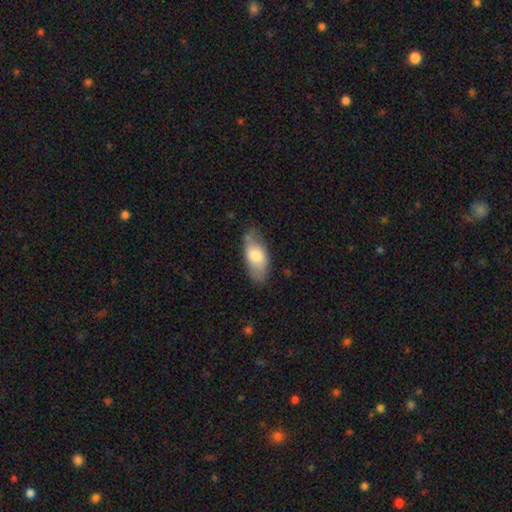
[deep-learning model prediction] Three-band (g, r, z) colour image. It shows a smooth galaxy with no disk features (72%) that is in between round and cigar-shaped (90%). Merging: none (70%).